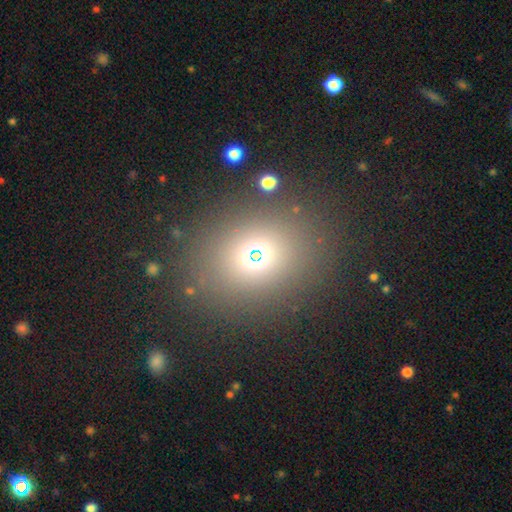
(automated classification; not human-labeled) Smooth or featured? smooth (64%)
How rounded? round (59%)
Merging? none (84%)